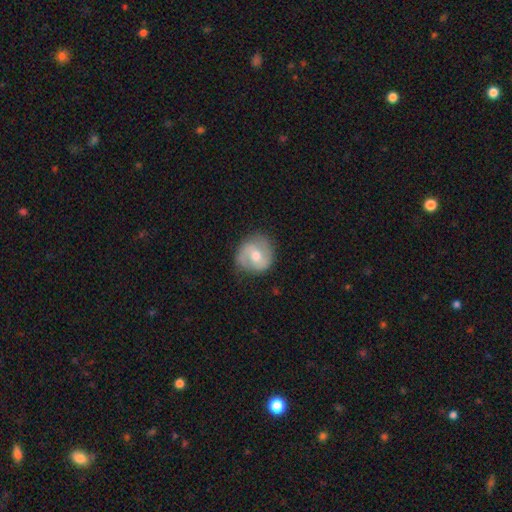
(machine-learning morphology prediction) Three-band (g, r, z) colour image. It shows a featured or disk galaxy (54%) with a weak bar (44%), spiral arms (75%) and a moderate central bulge (72%). Merging: none (74%).